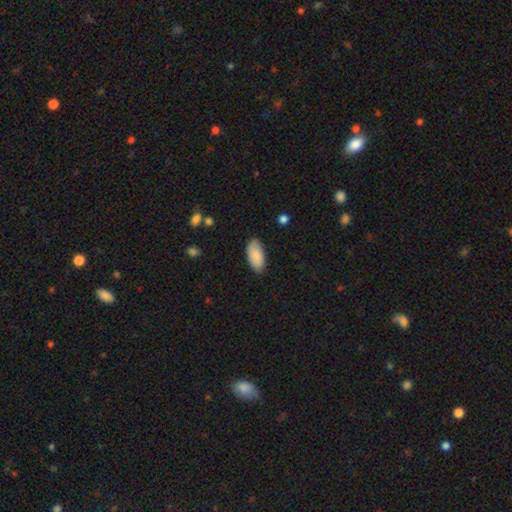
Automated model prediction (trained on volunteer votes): Smooth or featured? smooth (89%)
How rounded? in between (93%)
Merging? none (85%)